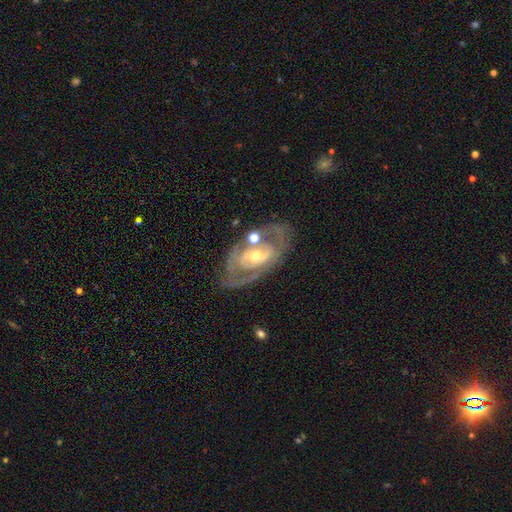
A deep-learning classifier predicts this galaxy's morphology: type=featured or disk (82%); edge-on=no (94%); bar=no (49%); spiral arms=yes (71%); winding=tight (53%); arm count=2 (59%); bulge=moderate (54%); merging=none (66%).